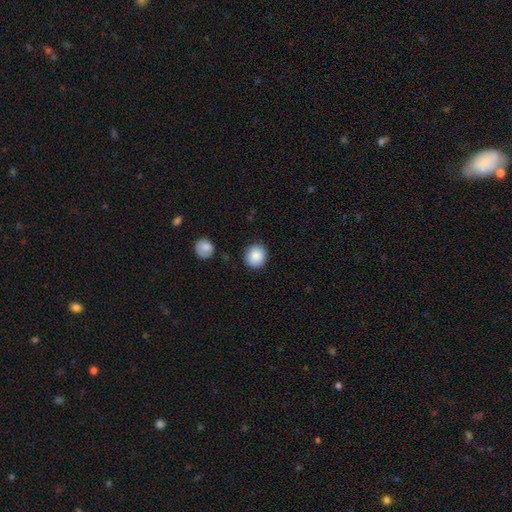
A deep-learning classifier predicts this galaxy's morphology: A smooth galaxy with no disk features (87%) that is round (91%). Merging: none (89%).